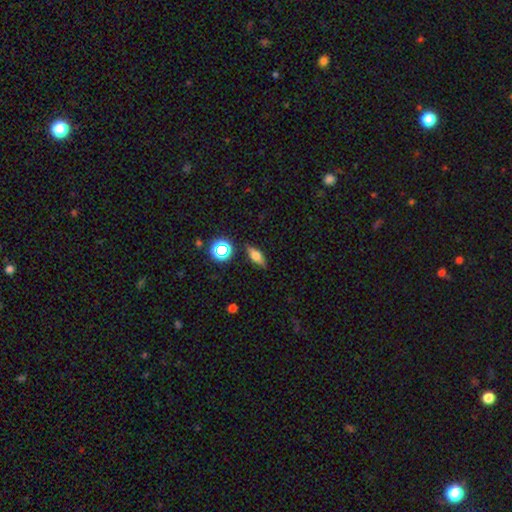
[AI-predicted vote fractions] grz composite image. It shows a smooth galaxy with no disk features (57%) that is in between round and cigar-shaped (60%). Merging: none (85%).